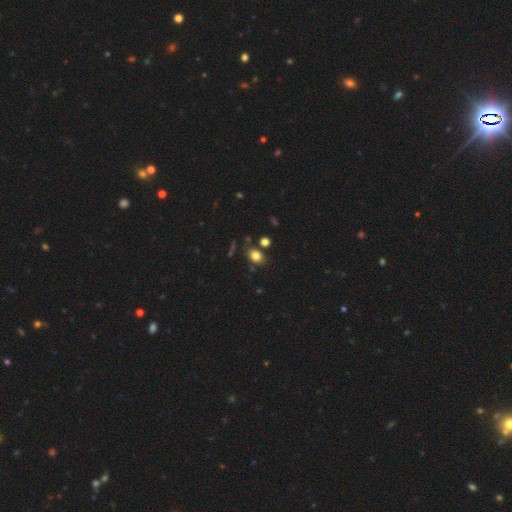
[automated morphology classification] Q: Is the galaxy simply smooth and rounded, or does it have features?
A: smooth — 79%.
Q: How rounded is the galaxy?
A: in between — 61%.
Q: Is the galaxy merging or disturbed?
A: none — 73%.